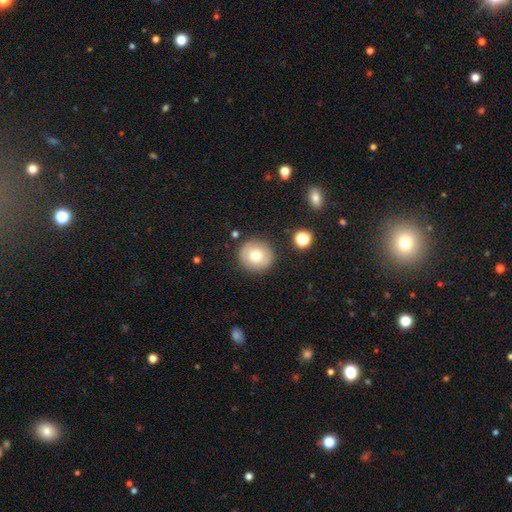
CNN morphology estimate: smooth 74%, featured or disk 16%, star or artifact 10%. Down the decision tree: how rounded — round (93%); merging — none (87%).